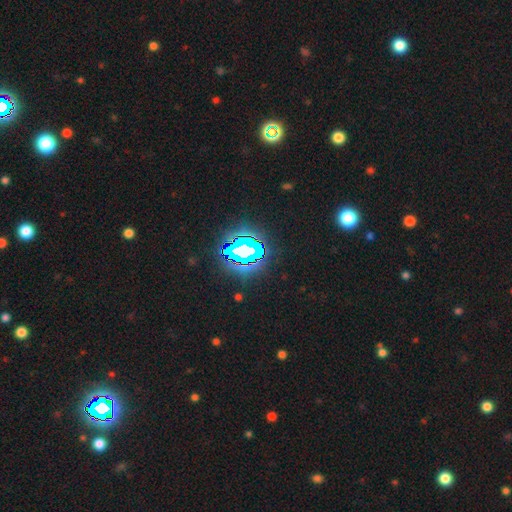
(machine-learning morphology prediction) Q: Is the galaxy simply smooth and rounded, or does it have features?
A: star or artifact — 83%.